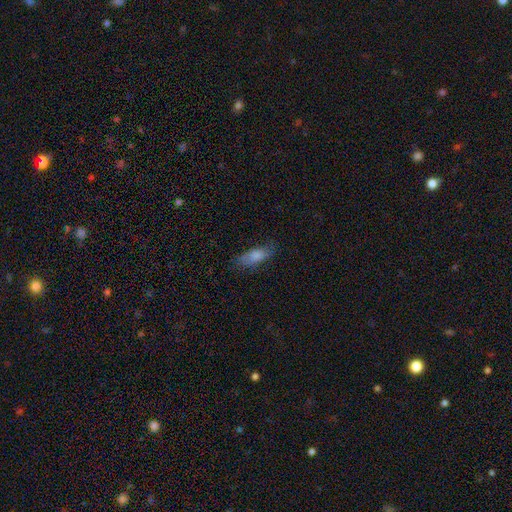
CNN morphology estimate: This is likely a smooth galaxy (78%). How rounded: likely in between (71%). Merging: likely none (71%).